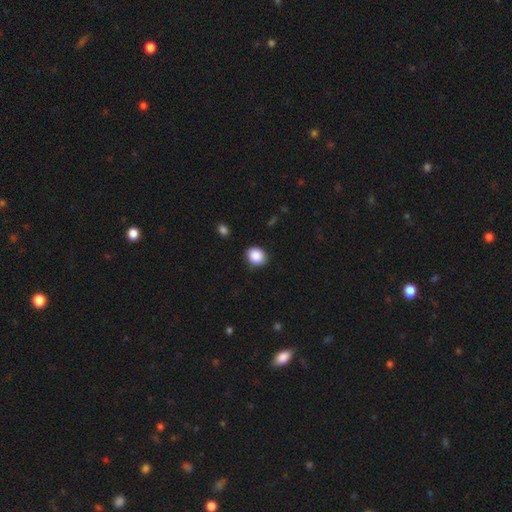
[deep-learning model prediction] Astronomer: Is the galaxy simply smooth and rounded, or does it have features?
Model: smooth — 89%.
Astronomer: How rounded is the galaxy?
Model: round — 65%.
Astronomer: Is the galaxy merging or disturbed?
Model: none — 88%.